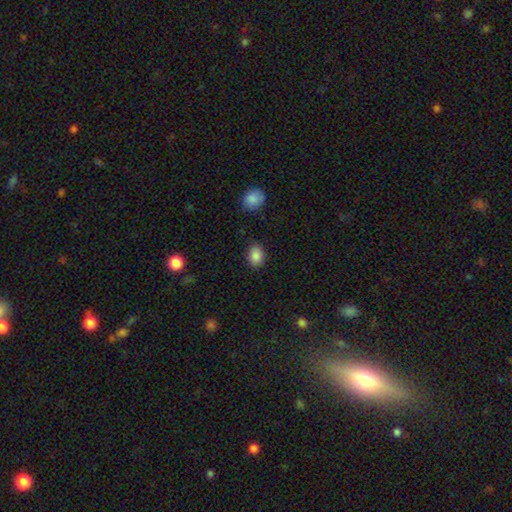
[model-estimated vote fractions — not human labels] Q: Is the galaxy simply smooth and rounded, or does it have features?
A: smooth — 87%.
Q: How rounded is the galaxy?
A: in between — 59%.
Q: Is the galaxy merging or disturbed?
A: none — 86%.